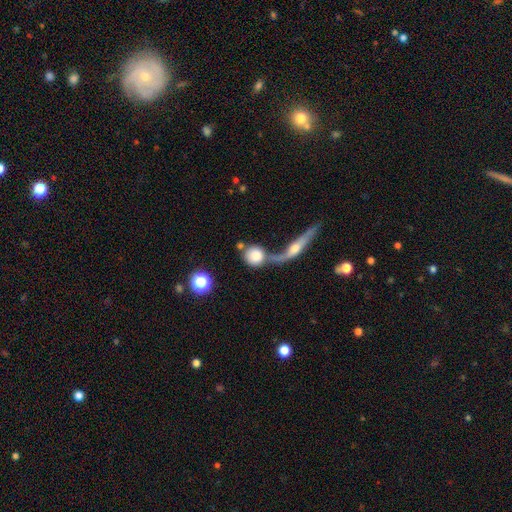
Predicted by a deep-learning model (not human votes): smooth-or-featured: smooth: 77% | featured or disk: 16% | star or artifact: 7%
  how-rounded: round: 81% | in between: 14% | cigar-shaped: 5%
  merging: merger: 50% | none: 33% | minor disturbance: 9% | major disturbance: 9%